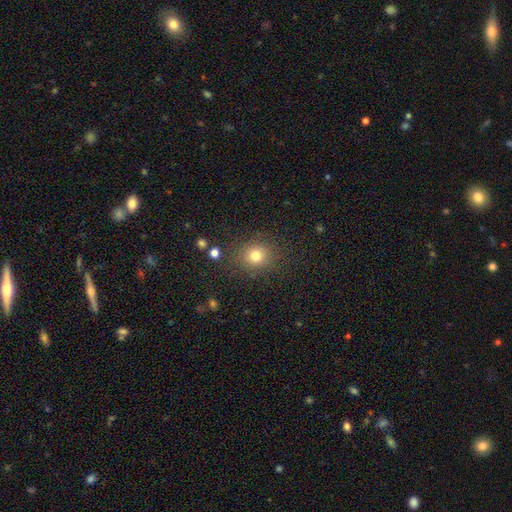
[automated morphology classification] type=smooth (78%); roundness=round (82%); merging=none (84%).